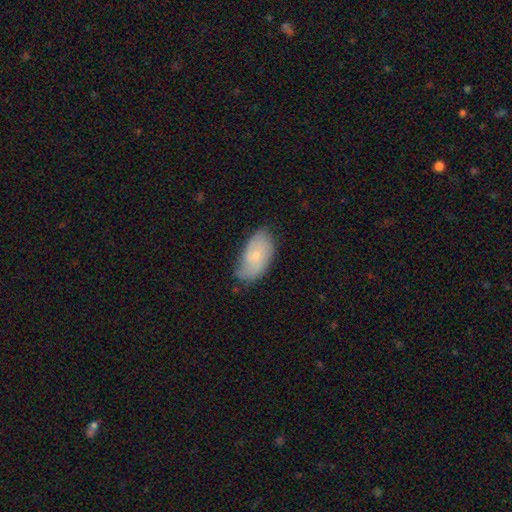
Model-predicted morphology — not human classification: Overall: smooth (58%; featured or disk 35%). How rounded: in between (94%). Merging: none (57%; minor disturbance 33%).